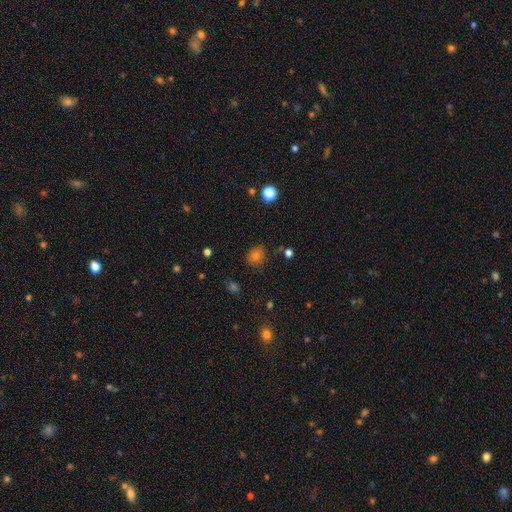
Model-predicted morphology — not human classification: Q: Smooth or featured?
A: smooth (71%); runner-up: star or artifact (18%)
Q: How rounded?
A: round (75%); runner-up: in between (24%)
Q: Merging?
A: none (80%); runner-up: minor disturbance (15%)